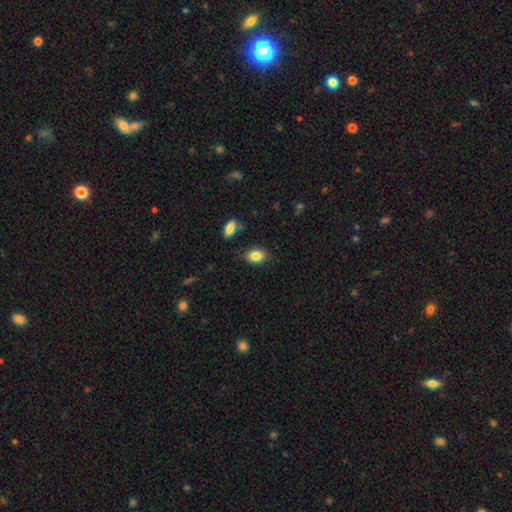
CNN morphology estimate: Smooth or featured? Predicted: smooth (p=0.85). How rounded? Predicted: in between (p=0.81). Merging? Predicted: none (p=0.83).